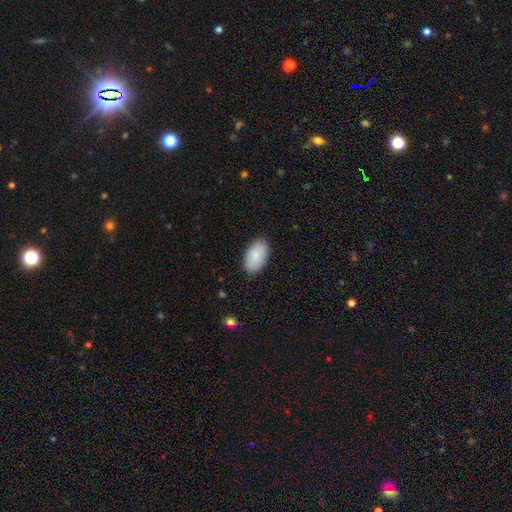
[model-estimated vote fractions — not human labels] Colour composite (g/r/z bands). It shows a smooth galaxy with no disk features (86%) that is in between round and cigar-shaped (95%). Merging: none (87%).